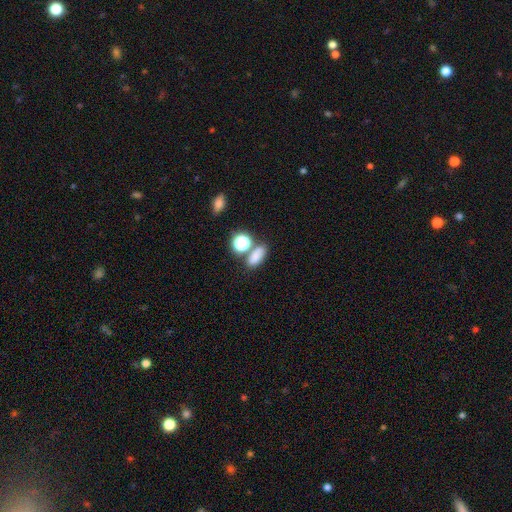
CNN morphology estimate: Overall: smooth (76%). How rounded: in between (75%). Merging: none (61%; merger 22%).